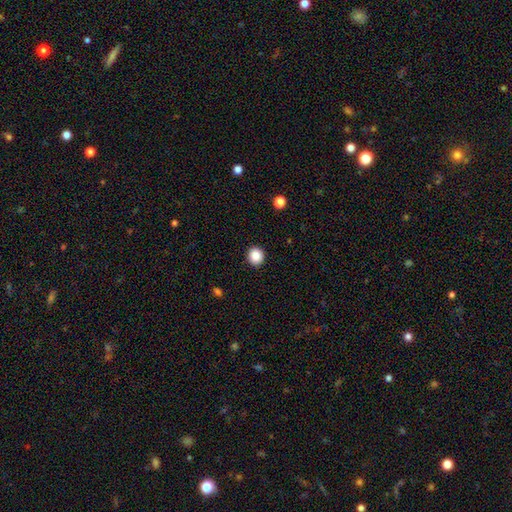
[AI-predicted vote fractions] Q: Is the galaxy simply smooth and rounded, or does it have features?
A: smooth — 87%.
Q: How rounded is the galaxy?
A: round — 89%.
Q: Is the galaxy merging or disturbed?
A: none — 92%.